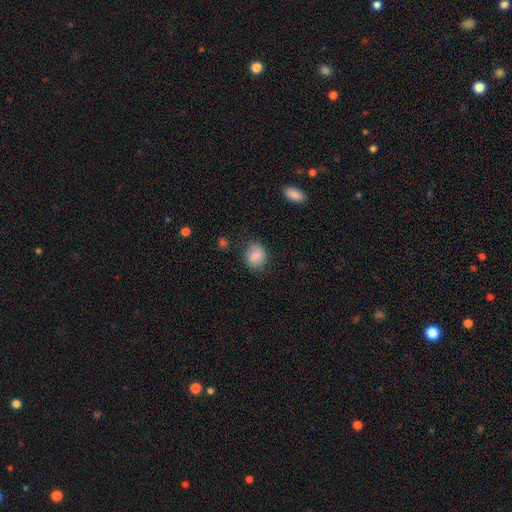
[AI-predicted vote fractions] This is clearly a smooth galaxy (81%). How rounded: likely round (63%). Merging: likely none (76%).